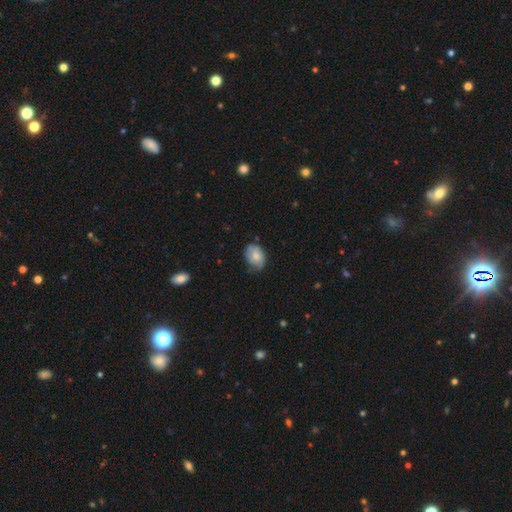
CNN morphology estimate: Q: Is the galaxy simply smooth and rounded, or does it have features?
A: smooth — 71%.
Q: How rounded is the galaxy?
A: in between — 75%.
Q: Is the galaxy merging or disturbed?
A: none — 55%.